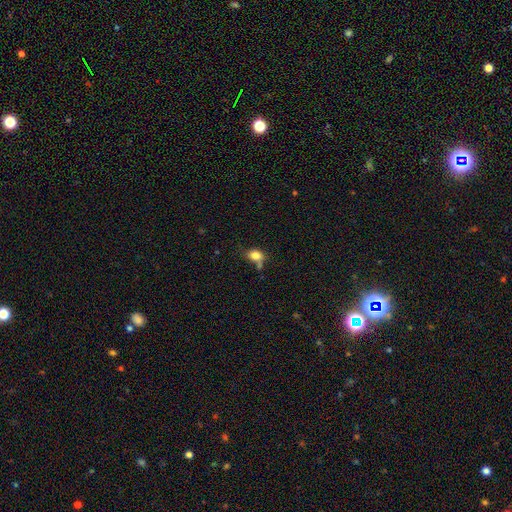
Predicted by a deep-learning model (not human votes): Smooth or featured? smooth (81%)
How rounded? in between (65%)
Merging? none (51%)